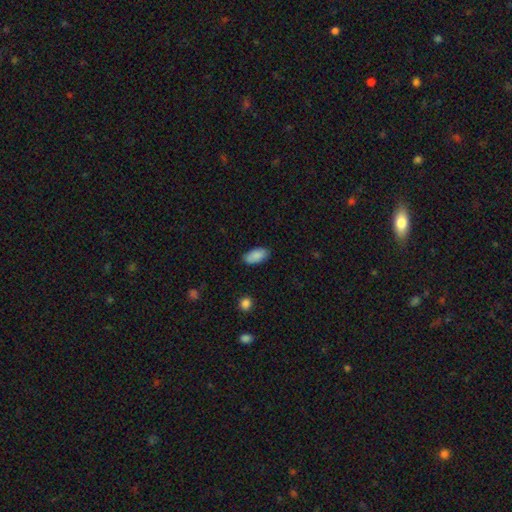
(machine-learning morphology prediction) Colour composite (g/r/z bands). It shows a smooth galaxy with no disk features (88%) that is in between round and cigar-shaped (93%). Merging: none (85%).